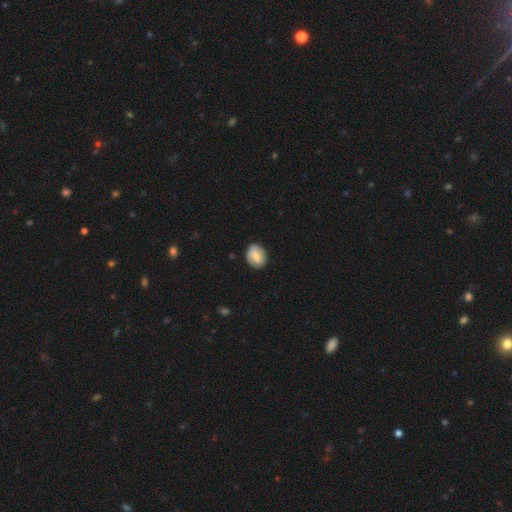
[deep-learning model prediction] smooth 66%, featured or disk 27%, star or artifact 7%. Down the decision tree: how rounded — in between (55%); merging — none (86%).